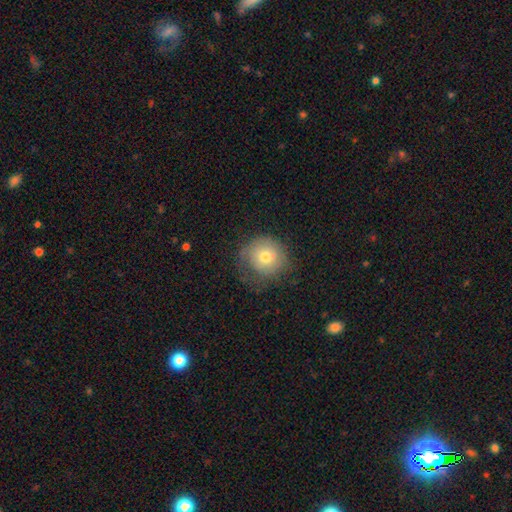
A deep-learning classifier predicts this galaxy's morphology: Q: Smooth or featured?
A: smooth (52%); runner-up: star or artifact (25%)
Q: How rounded?
A: round (93%); runner-up: in between (6%)
Q: Merging?
A: none (84%); runner-up: minor disturbance (10%)